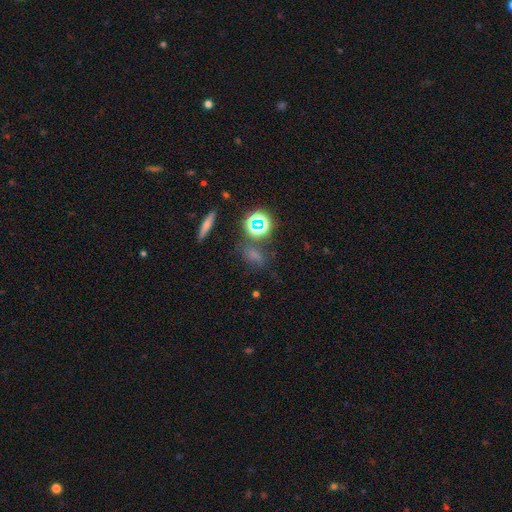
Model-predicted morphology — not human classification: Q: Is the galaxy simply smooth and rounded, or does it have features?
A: smooth — 44%.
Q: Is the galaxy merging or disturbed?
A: none — 70%.